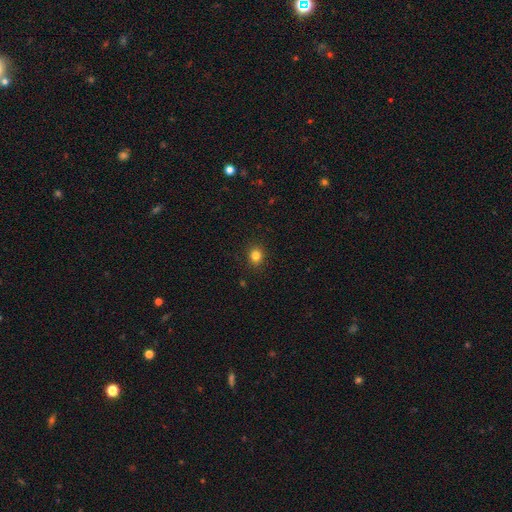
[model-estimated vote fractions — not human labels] smooth 83%, star or artifact 12%, featured or disk 5%. Down the decision tree: how rounded — round (72%); merging — none (90%).